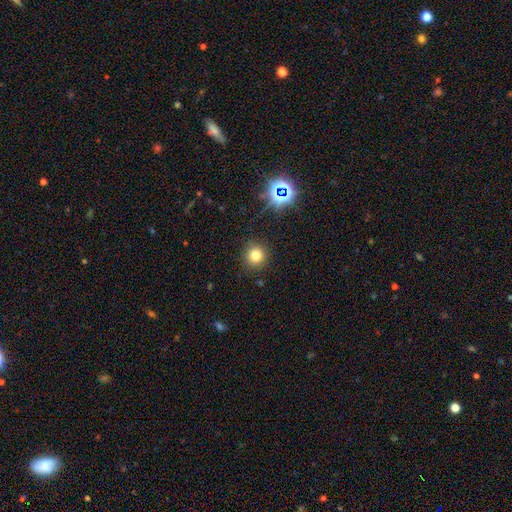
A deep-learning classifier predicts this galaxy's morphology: Smooth or featured? Predicted: smooth (p=0.75). How rounded? Predicted: round (p=0.93). Merging? Predicted: none (p=0.88).